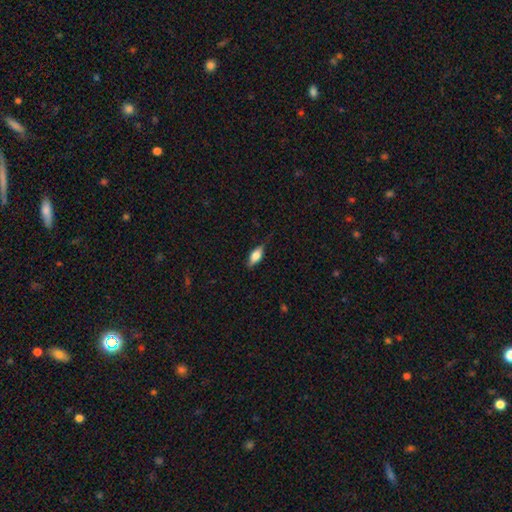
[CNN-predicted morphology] This is possibly a smooth galaxy (59%). How rounded: likely in between (76%). Merging: likely none (72%).